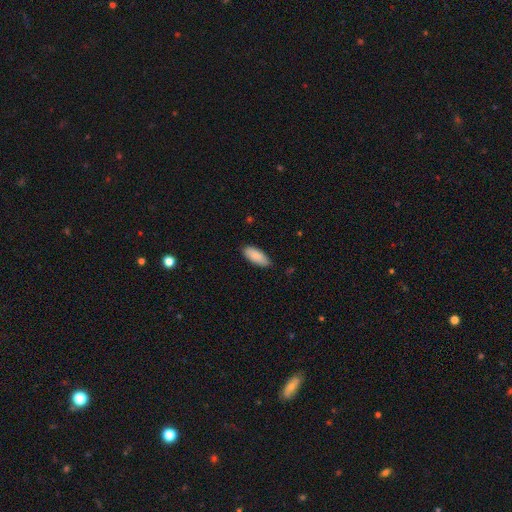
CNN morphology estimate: The model was most divided on "how rounded": in between: 85%, cigar-shaped: 13%, round: 2%. More confident: smooth or featured — smooth (88%); merging — none (85%).